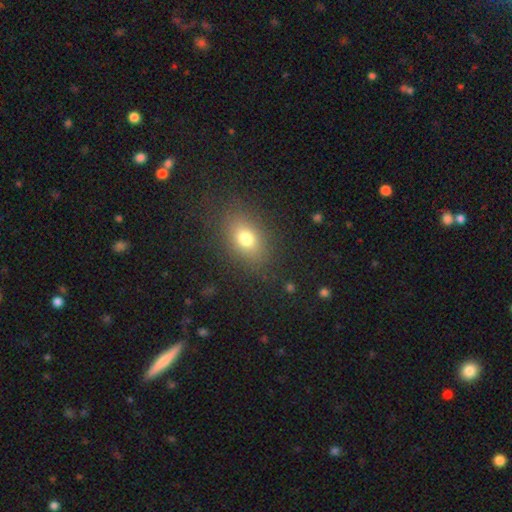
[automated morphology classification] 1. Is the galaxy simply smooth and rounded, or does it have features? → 71% smooth, 18% star or artifact, 11% featured or disk.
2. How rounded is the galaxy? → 70% in between, 26% round, 4% cigar-shaped.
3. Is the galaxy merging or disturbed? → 87% none, 9% minor disturbance, 3% major disturbance, 2% merger.